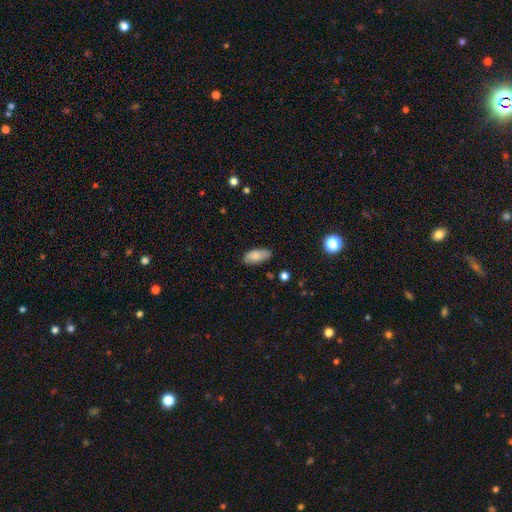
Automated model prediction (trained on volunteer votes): The model was most divided on "merging": none: 76%, minor disturbance: 19%, major disturbance: 3%, merger: 2%. More confident: how rounded — in between (87%); smooth or featured — smooth (82%).